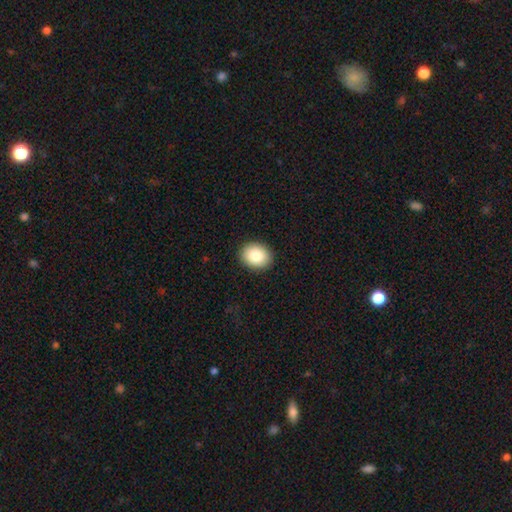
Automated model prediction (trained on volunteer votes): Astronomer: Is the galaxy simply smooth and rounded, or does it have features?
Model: smooth — 84%.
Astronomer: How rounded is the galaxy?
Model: round — 52% (runner-up: in between, 47%).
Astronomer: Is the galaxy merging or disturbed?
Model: none — 91%.